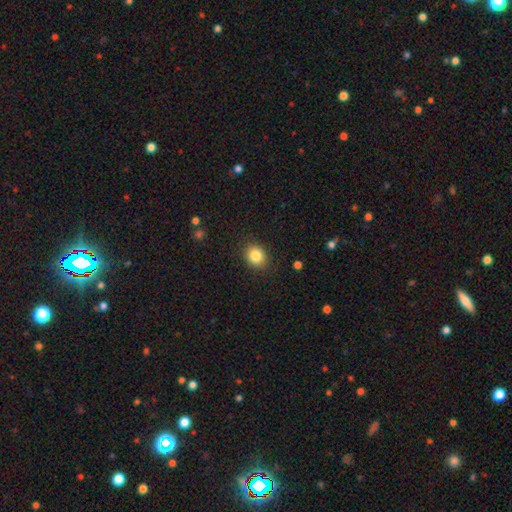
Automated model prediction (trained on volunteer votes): Overall: smooth (84%). How rounded: round (59%; in between 40%). Merging: none (87%).